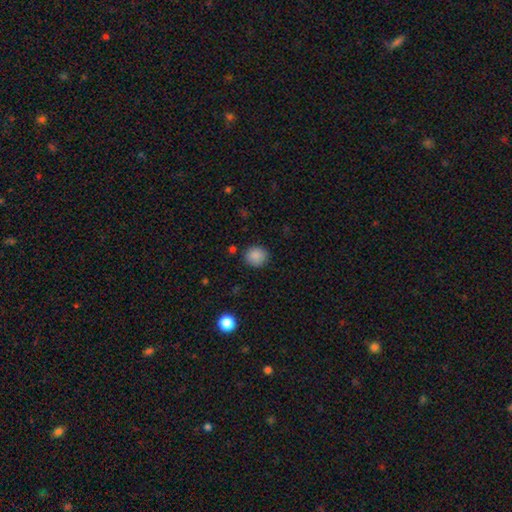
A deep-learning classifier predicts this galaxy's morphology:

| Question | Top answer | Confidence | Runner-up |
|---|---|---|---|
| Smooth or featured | smooth | 88% | star or artifact (9%) |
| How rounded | round | 85% | in between (14%) |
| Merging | none | 87% | minor disturbance (9%) |